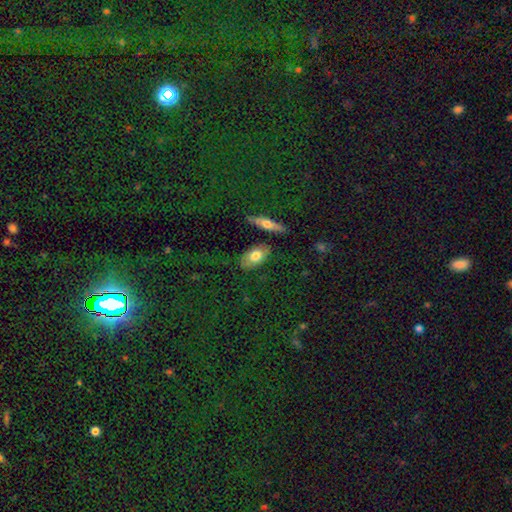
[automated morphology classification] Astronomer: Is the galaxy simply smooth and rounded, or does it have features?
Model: smooth — 73%.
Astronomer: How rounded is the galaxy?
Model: in between — 88%.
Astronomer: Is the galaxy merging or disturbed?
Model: none — 79%.